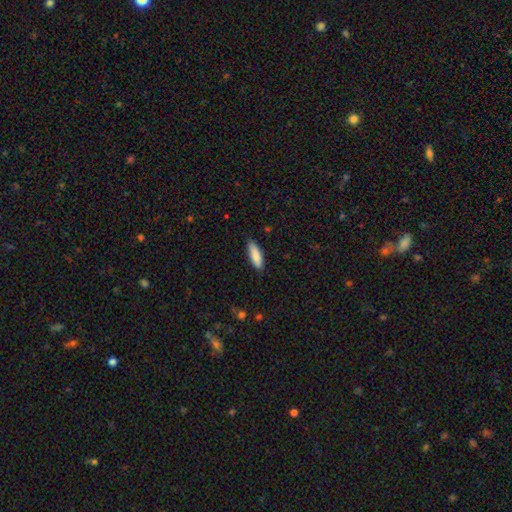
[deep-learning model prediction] smooth-or-featured: smooth: 87% | featured or disk: 7% | star or artifact: 6%
  how-rounded: cigar-shaped: 54% | in between: 45% | round: 1%
  merging: none: 86% | minor disturbance: 11% | major disturbance: 2% | merger: 1%